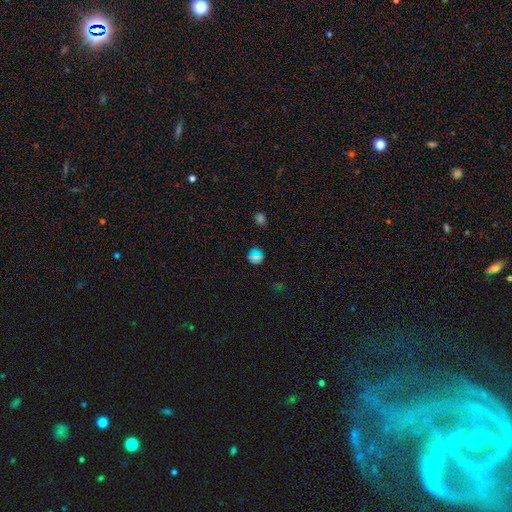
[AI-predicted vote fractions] Smooth or featured? star or artifact (47%)